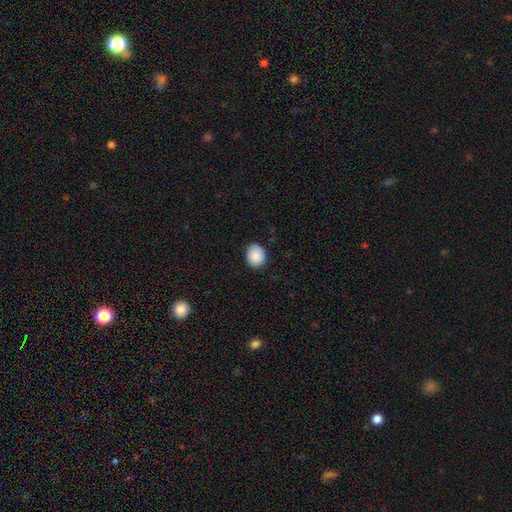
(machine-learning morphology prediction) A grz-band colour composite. It shows a smooth galaxy with no disk features (87%) that is round (66%). Merging: none (82%).